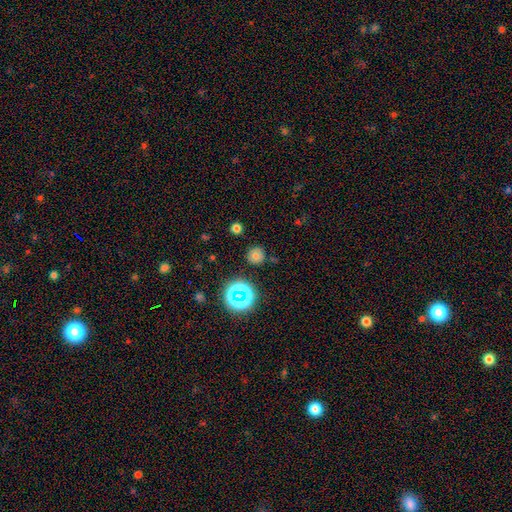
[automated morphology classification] type=smooth (67%); roundness=round (93%); merging=none (85%).